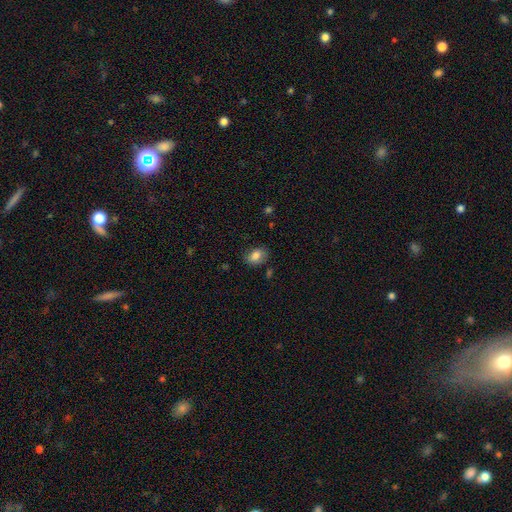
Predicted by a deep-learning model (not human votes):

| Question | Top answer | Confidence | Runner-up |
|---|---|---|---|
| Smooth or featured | smooth | 82% | featured or disk (9%) |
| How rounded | in between | 79% | round (20%) |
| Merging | none | 76% | minor disturbance (18%) |